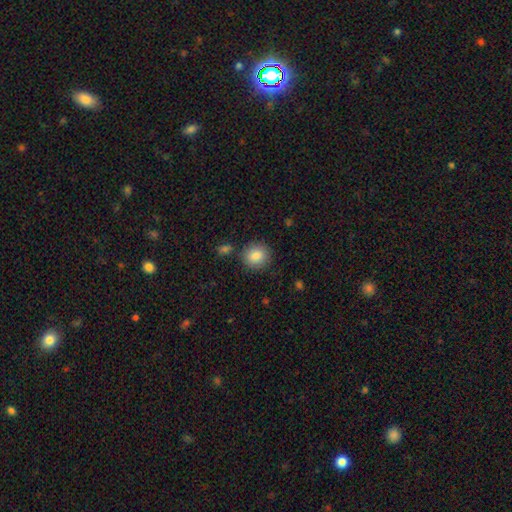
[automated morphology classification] Smooth or featured? smooth (87%)
How rounded? round (84%)
Merging? none (83%)